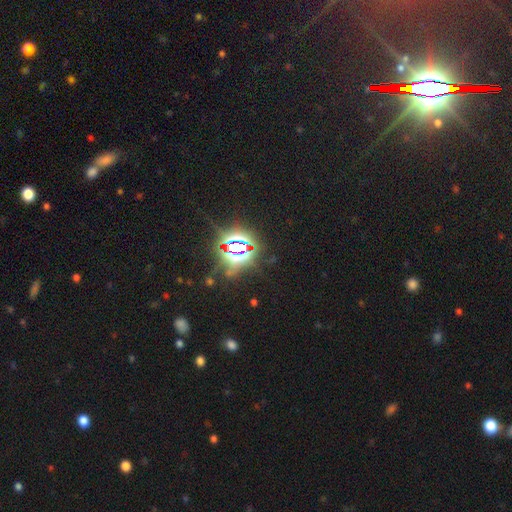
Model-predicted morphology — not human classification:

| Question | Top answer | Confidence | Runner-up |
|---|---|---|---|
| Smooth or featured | star or artifact | 84% | smooth (9%) |